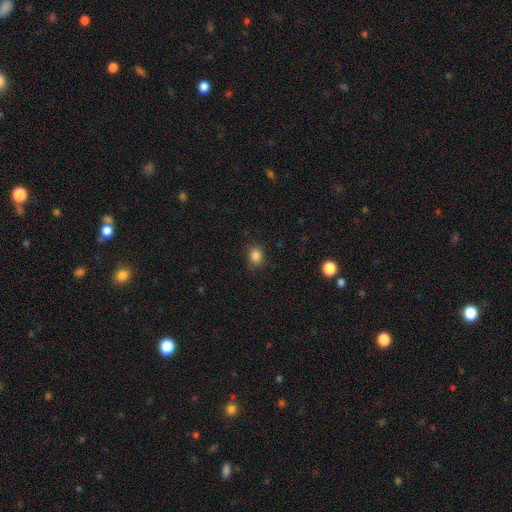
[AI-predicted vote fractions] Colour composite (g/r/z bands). It shows a smooth galaxy with no disk features (85%) that is round (70%). Merging: none (85%).